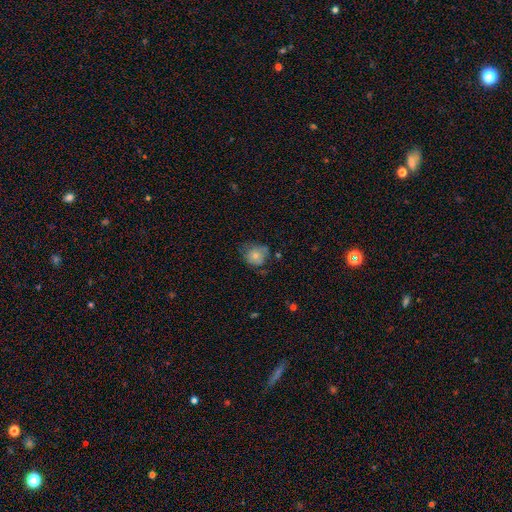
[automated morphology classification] This appears to be a smooth galaxy with no disk features (72%) that is round (76%). Merging: none (54%).